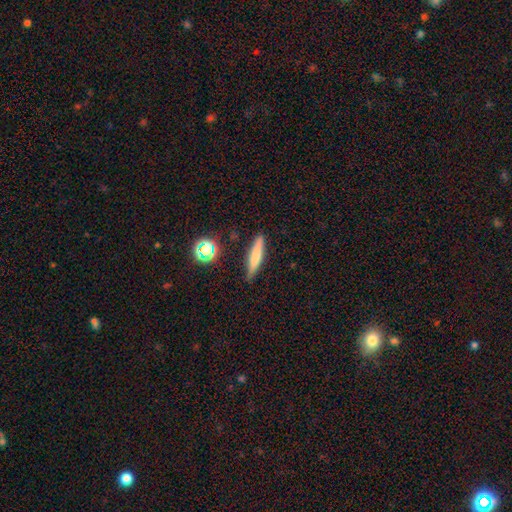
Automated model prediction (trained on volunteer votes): Q: Smooth or featured?
A: smooth (65%); runner-up: featured or disk (26%)
Q: How rounded?
A: cigar-shaped (87%); runner-up: in between (11%)
Q: Merging?
A: none (84%); runner-up: minor disturbance (12%)